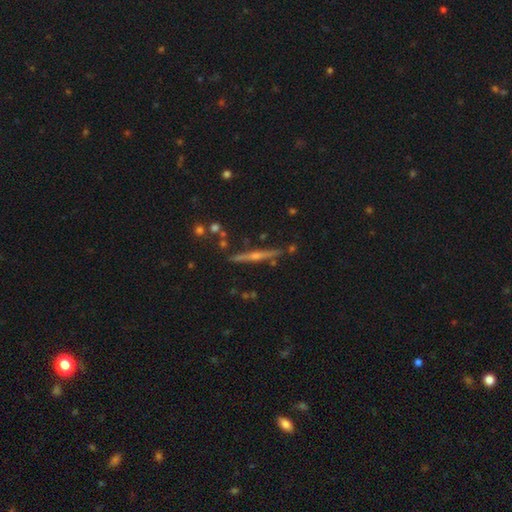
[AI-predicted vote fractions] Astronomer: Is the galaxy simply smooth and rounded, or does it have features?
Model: featured or disk — 79%.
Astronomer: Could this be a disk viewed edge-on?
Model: yes — 98%.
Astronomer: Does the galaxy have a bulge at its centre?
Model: rounded — 84%.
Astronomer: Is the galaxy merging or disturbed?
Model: none — 86%.